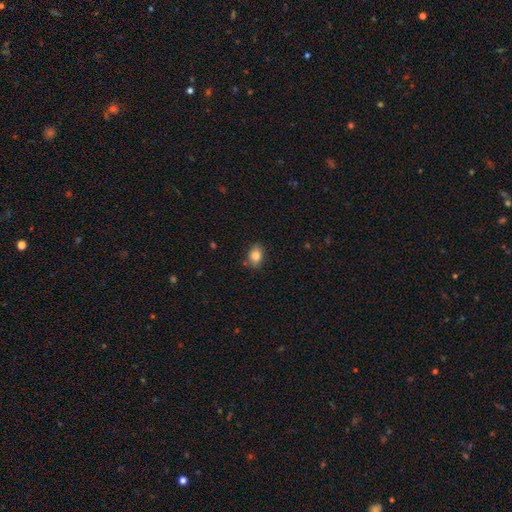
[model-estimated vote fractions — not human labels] smooth_or_featured: smooth (p=0.84) [alt: star or artifact p=0.09]
how_rounded: in between (p=0.73) [alt: round p=0.26]
merging: none (p=0.80) [alt: minor disturbance p=0.15]